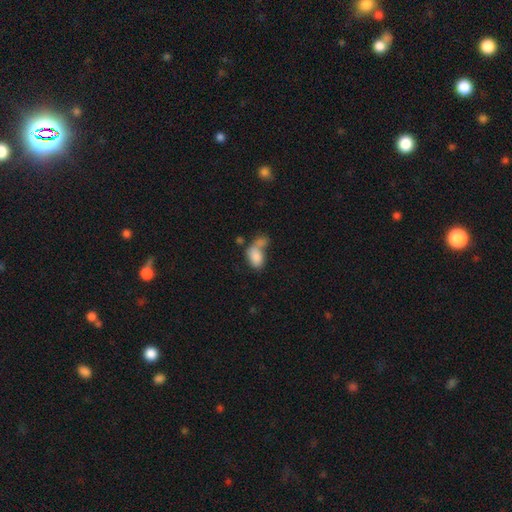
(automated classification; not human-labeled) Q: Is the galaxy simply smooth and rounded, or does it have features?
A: smooth — 80%.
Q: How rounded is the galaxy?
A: in between — 89%.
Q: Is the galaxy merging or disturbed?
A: merger — 48%.